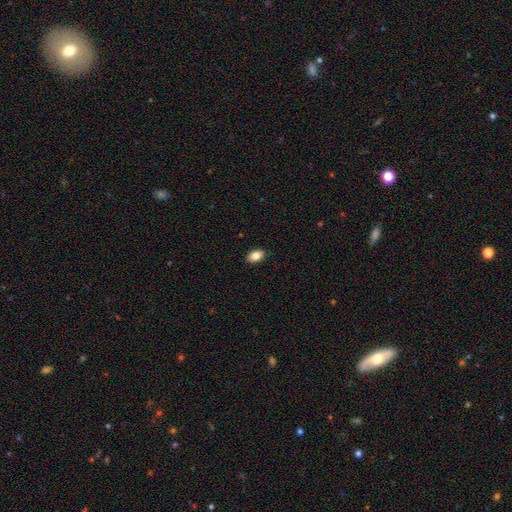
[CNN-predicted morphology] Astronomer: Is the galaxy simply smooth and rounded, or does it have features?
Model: smooth — 87%.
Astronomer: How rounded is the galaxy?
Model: in between — 88%.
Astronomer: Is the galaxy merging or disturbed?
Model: none — 89%.